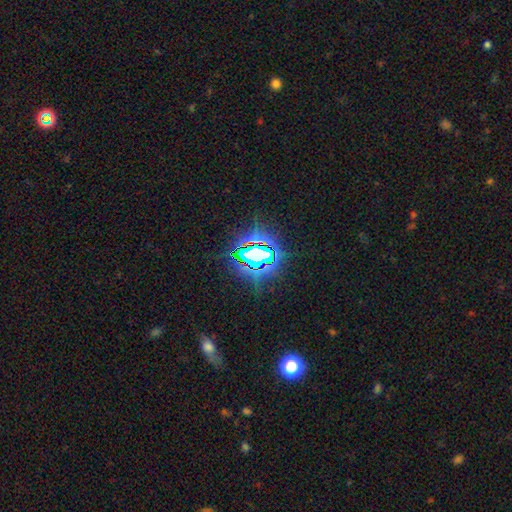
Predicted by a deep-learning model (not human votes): Smooth or featured?
  - star or artifact: 75% *
  - smooth: 13%
  - featured or disk: 12%